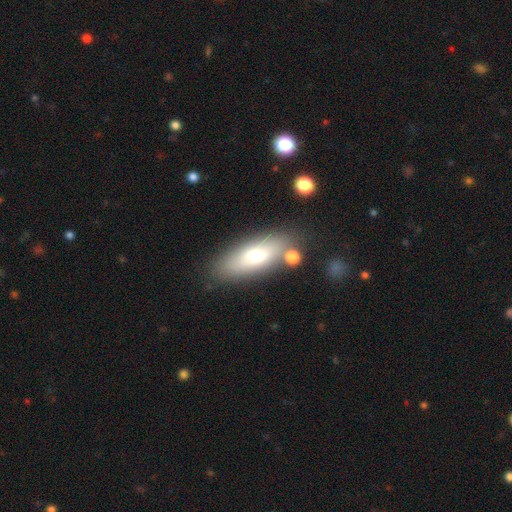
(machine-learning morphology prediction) This appears to be a smooth galaxy with no disk features (64%) that is in between round and cigar-shaped (68%). Merging: none (78%).